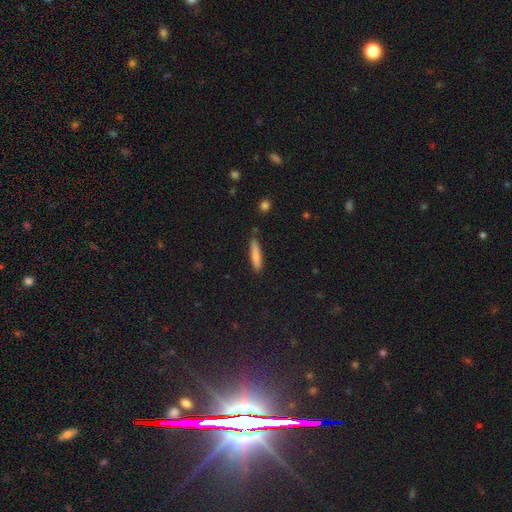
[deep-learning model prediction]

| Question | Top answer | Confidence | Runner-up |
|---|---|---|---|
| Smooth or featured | smooth | 80% | featured or disk (14%) |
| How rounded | cigar-shaped | 87% | in between (11%) |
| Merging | none | 85% | minor disturbance (11%) |